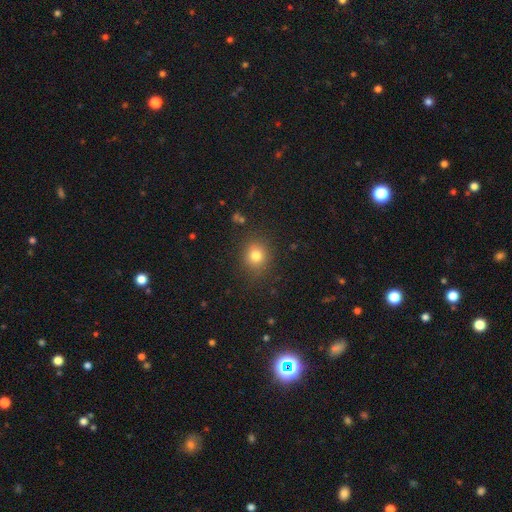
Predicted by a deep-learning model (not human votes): Smooth or featured?
  - smooth: 78% *
  - star or artifact: 14%
  - featured or disk: 8%
How rounded?
  - round: 77% *
  - in between: 22%
  - cigar-shaped: 1%
Merging?
  - none: 86% *
  - minor disturbance: 9%
  - major disturbance: 3%
  - merger: 2%